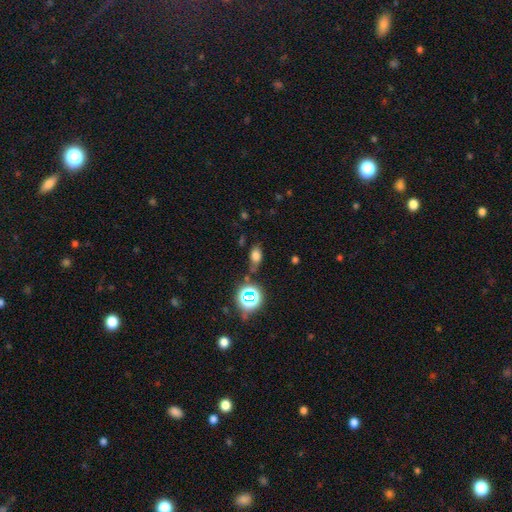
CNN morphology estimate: A smooth galaxy with no disk features (67%) that is in between round and cigar-shaped (81%).

Vote fractions:
- Smooth or featured? smooth: 67% / star or artifact: 23% / featured or disk: 10%
- How rounded? in between: 81% / round: 15% / cigar-shaped: 4%
- Merging? none: 67% / minor disturbance: 20% / major disturbance: 7% / merger: 6%